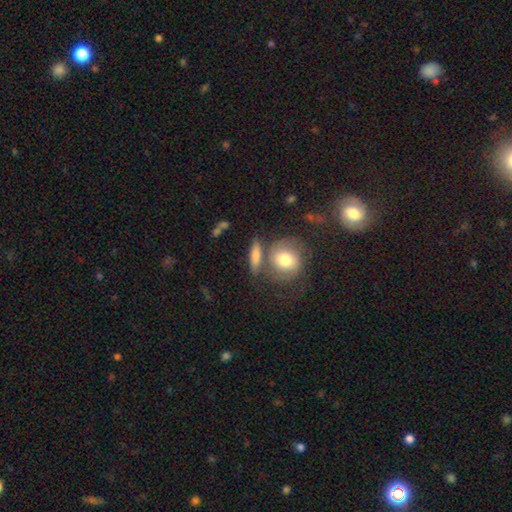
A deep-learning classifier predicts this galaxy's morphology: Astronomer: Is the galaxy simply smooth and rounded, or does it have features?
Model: smooth — 69%.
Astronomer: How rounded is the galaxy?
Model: cigar-shaped — 41% (runner-up: in between, 37%).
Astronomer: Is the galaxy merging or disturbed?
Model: none — 59%.